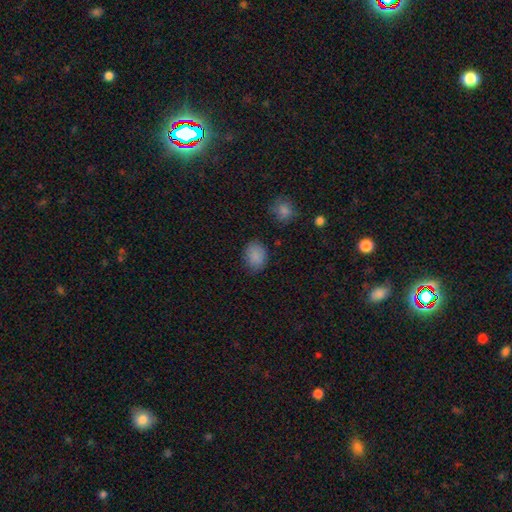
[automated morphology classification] Q: Smooth or featured?
A: smooth (86%); runner-up: star or artifact (9%)
Q: How rounded?
A: in between (55%); runner-up: round (44%)
Q: Merging?
A: none (79%); runner-up: minor disturbance (16%)